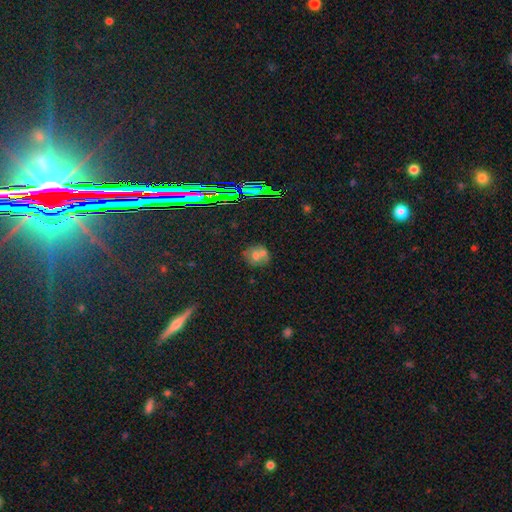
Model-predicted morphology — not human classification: smooth 56%, featured or disk 26%, star or artifact 17%. Down the decision tree: how rounded — round (73%); merging — merger (43%, tied with none).